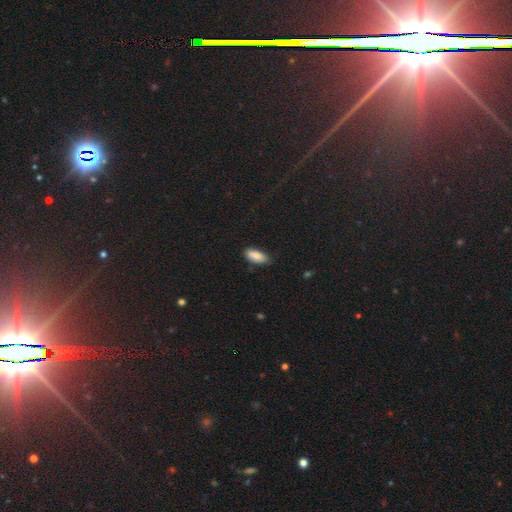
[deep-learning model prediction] Smooth or featured?
  - smooth: 84% *
  - featured or disk: 9%
  - star or artifact: 7%
How rounded?
  - in between: 84% *
  - cigar-shaped: 14%
  - round: 2%
Merging?
  - none: 74% *
  - minor disturbance: 22%
  - major disturbance: 3%
  - merger: 2%